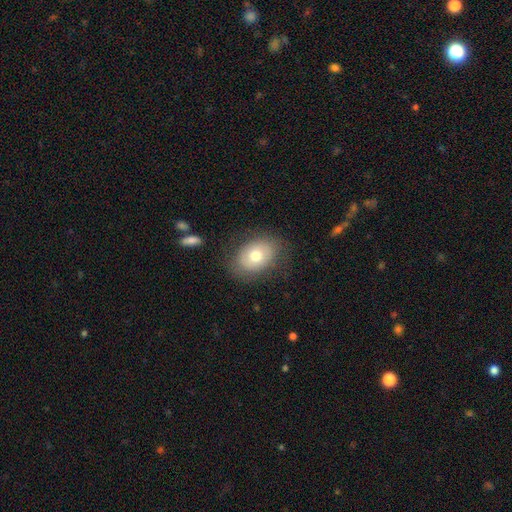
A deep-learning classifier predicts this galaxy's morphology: This is likely a smooth galaxy (69%). How rounded: likely in between (76%). Merging: likely none (77%).